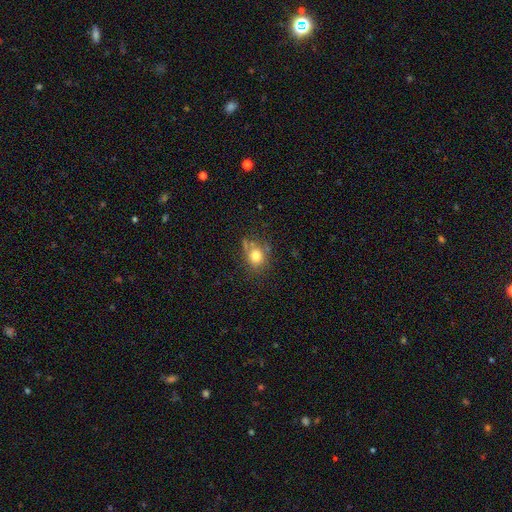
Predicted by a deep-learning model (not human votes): Smooth or featured? smooth (76%)
How rounded? round (68%)
Merging? none (64%)